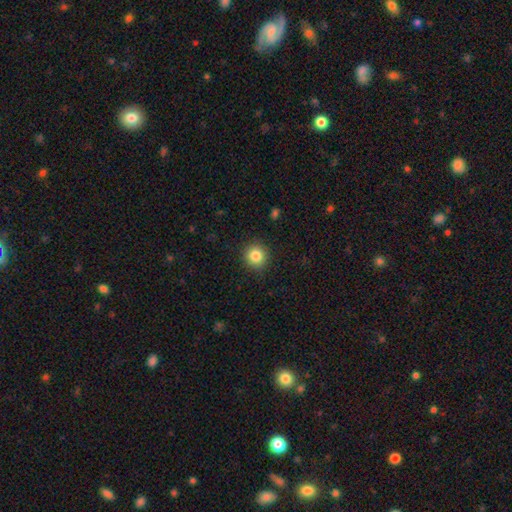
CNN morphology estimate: smooth-or-featured: smooth: 85% | star or artifact: 10% | featured or disk: 5%
  how-rounded: round: 93% | in between: 6% | cigar-shaped: 1%
  merging: none: 90% | minor disturbance: 7% | major disturbance: 2% | merger: 1%